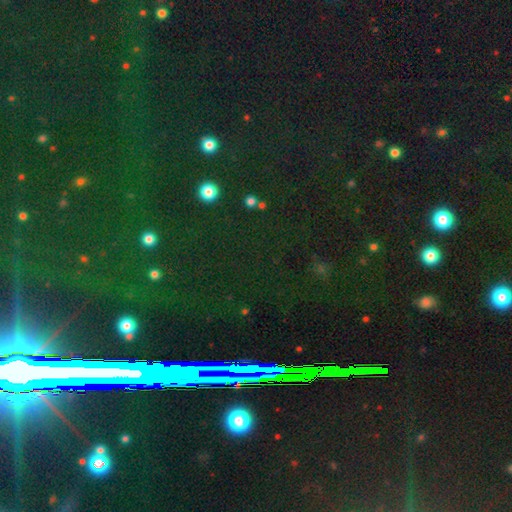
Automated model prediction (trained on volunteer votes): Smooth or featured? Predicted: star or artifact (p=0.77).